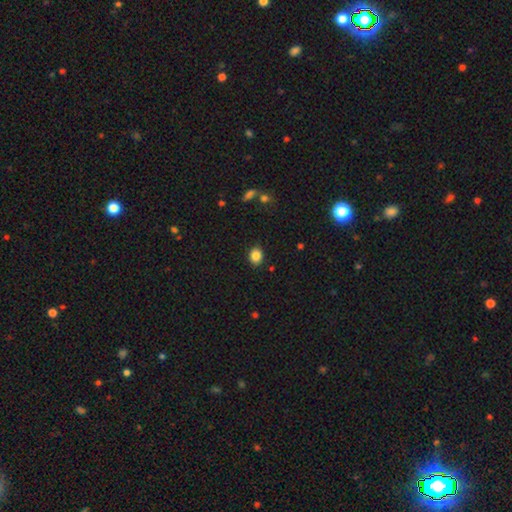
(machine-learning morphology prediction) This is clearly a smooth galaxy (86%). How rounded: possibly round (55%). Merging: clearly none (88%).